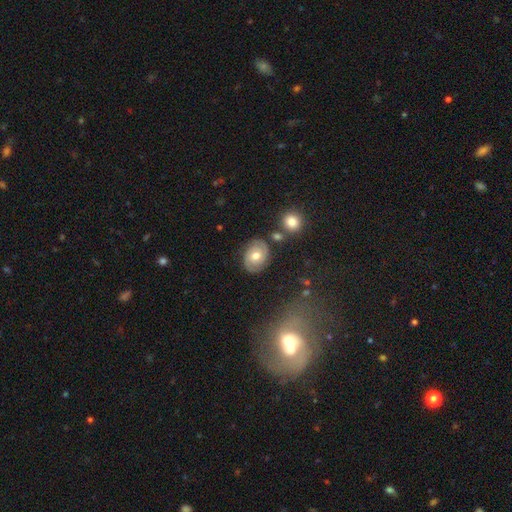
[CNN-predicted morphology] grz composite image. It shows a featured or disk galaxy (64%) with no bar (69%), 2 (81%) tight (53%) spiral arms (86%) and a moderate central bulge (78%). Merging: none (79%).